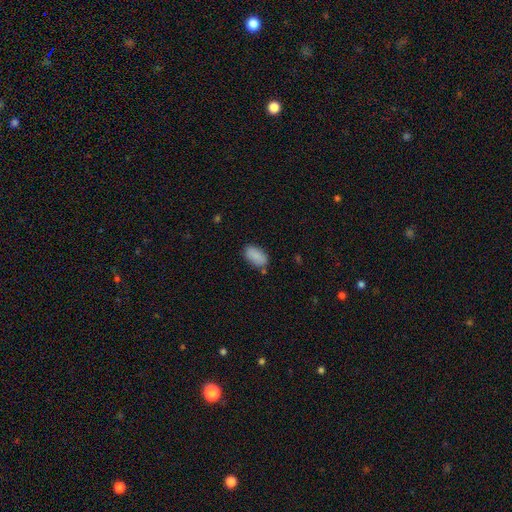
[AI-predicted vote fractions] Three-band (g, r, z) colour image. It shows a smooth galaxy with no disk features (88%) that is in between round and cigar-shaped (94%). Merging: none (78%).